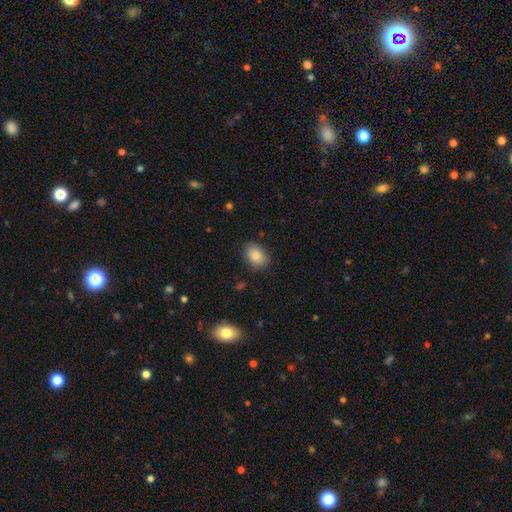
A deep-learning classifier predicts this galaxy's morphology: Smooth or featured? Predicted: smooth (p=0.84). How rounded? Predicted: in between (p=0.74). Merging? Predicted: none (p=0.84).